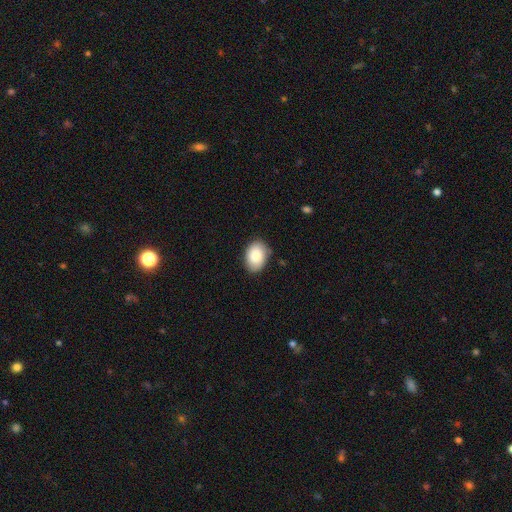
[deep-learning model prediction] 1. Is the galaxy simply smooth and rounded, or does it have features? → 85% smooth, 9% featured or disk, 6% star or artifact.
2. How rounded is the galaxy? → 82% in between, 17% round, 1% cigar-shaped.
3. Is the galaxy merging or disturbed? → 82% none, 14% minor disturbance, 3% major disturbance, 1% merger.